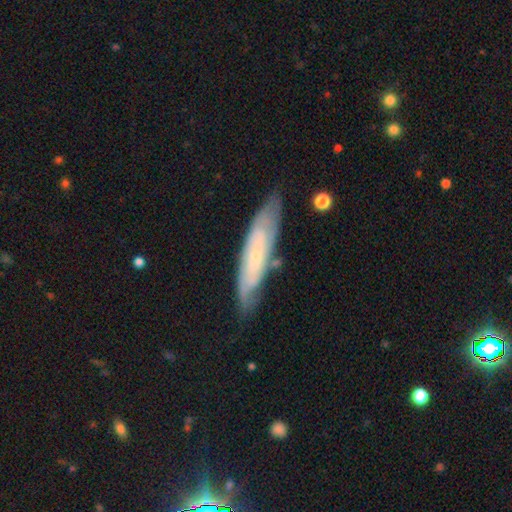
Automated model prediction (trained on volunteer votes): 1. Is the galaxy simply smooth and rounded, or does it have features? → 60% featured or disk, 33% smooth, 7% star or artifact.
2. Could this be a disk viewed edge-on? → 62% no, 38% yes.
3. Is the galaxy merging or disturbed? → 74% none, 18% minor disturbance, 5% major disturbance, 3% merger.